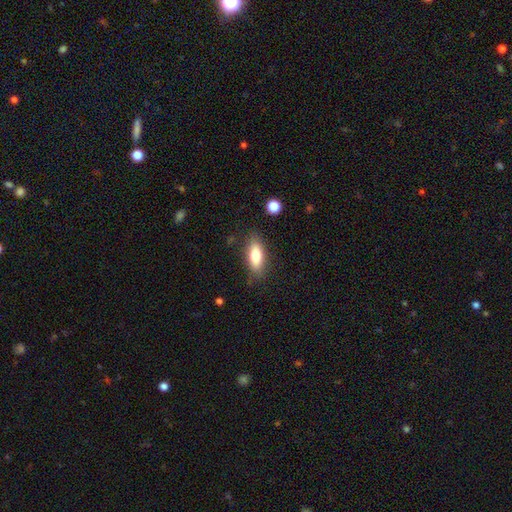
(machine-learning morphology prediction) A smooth galaxy with no disk features (76%) that is in between round and cigar-shaped (74%).

Vote fractions:
- Smooth or featured? smooth: 76% / featured or disk: 17% / star or artifact: 7%
- How rounded? in between: 74% / cigar-shaped: 23% / round: 3%
- Merging? none: 81% / minor disturbance: 14% / major disturbance: 4% / merger: 2%